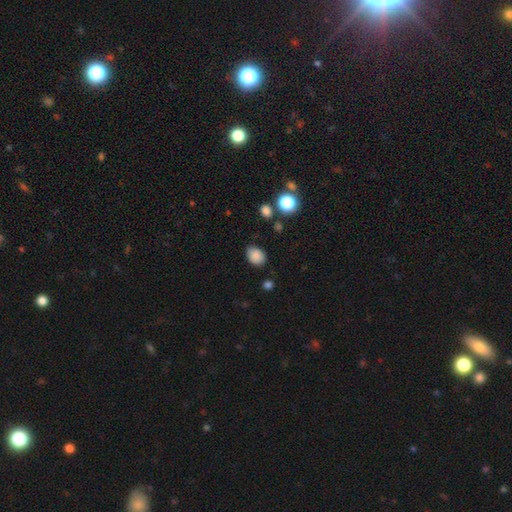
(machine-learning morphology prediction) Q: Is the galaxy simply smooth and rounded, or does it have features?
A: smooth — 86%.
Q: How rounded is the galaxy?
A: in between — 58%.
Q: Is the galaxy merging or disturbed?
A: none — 78%.